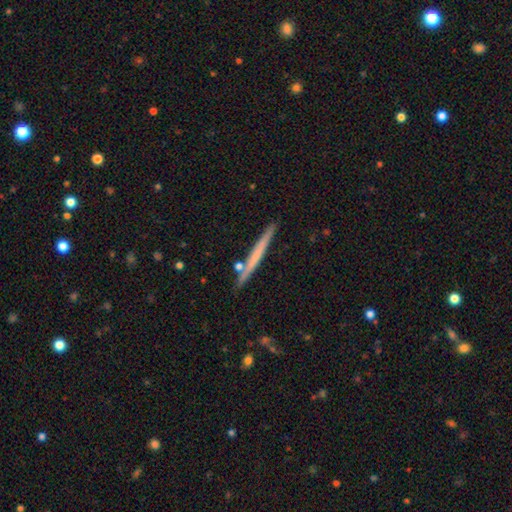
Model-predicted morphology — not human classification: smooth_or_featured: smooth (p=0.50) [alt: featured or disk p=0.44]
merging: none (p=0.88) [alt: minor disturbance p=0.08]